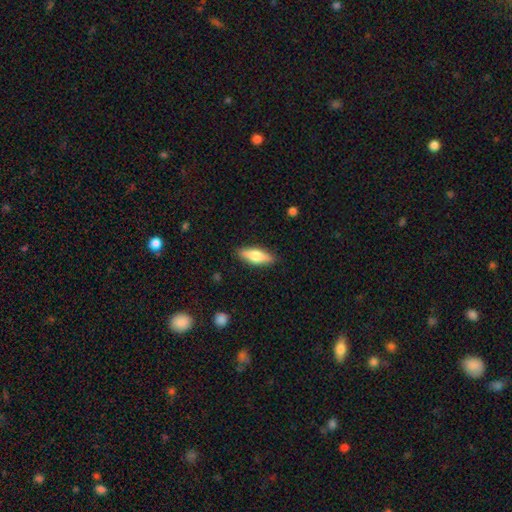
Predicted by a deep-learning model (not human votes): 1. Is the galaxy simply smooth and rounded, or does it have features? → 65% smooth, 29% featured or disk, 6% star or artifact.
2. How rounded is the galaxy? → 55% in between, 43% cigar-shaped, 2% round.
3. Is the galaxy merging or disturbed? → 87% none, 10% minor disturbance, 2% major disturbance, 1% merger.